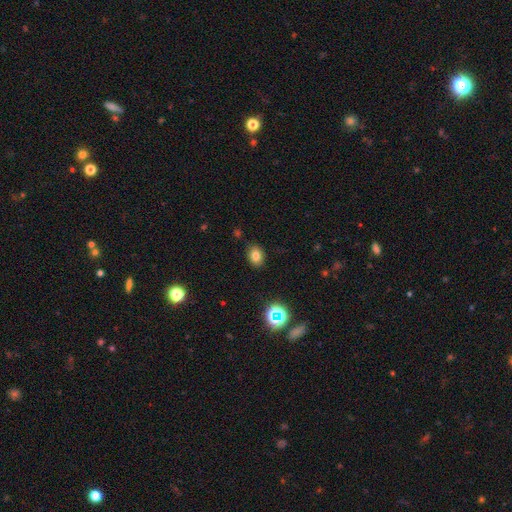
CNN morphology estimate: smooth-or-featured: smooth: 78% | star or artifact: 15% | featured or disk: 7%
  how-rounded: in between: 65% | round: 34% | cigar-shaped: 1%
  merging: none: 85% | minor disturbance: 10% | major disturbance: 3% | merger: 2%